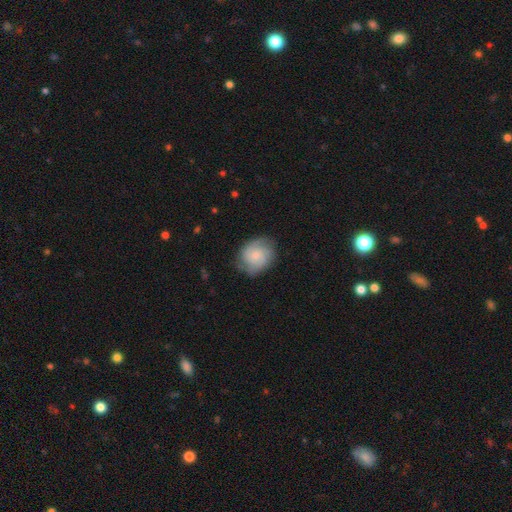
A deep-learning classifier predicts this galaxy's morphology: smooth_or_featured: featured or disk (p=0.55) [alt: smooth p=0.38]
disk_edge_on: no (p=0.98) [alt: yes p=0.02]
bar: no (p=0.74) [alt: weak p=0.23]
has_spiral_arms: yes (p=0.91) [alt: no p=0.09]
bulge_size: small (p=0.60) [alt: moderate p=0.27]
merging: none (p=0.72) [alt: minor disturbance p=0.21]